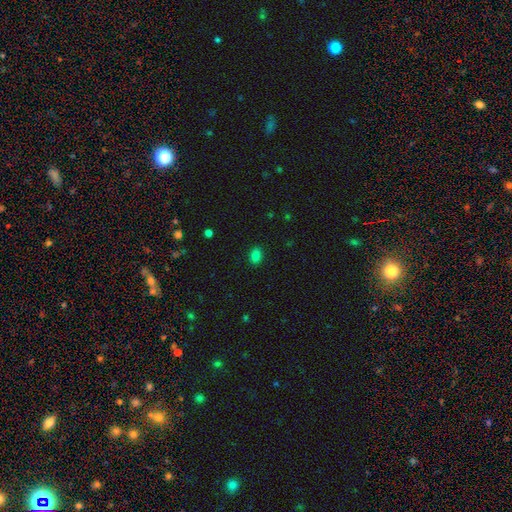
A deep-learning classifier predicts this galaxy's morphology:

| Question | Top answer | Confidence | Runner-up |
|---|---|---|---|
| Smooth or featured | smooth | 83% | star or artifact (13%) |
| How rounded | in between | 79% | round (19%) |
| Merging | none | 89% | minor disturbance (8%) |